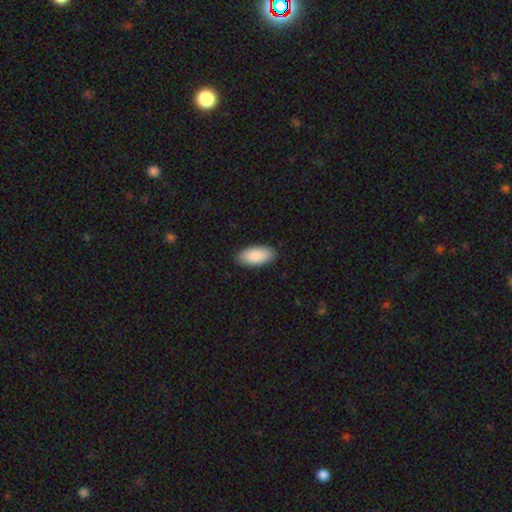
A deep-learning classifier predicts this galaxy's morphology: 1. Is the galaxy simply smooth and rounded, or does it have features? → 90% smooth, 5% star or artifact, 4% featured or disk.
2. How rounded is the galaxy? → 93% in between, 5% cigar-shaped, 2% round.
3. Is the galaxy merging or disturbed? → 88% none, 9% minor disturbance, 2% major disturbance, 1% merger.